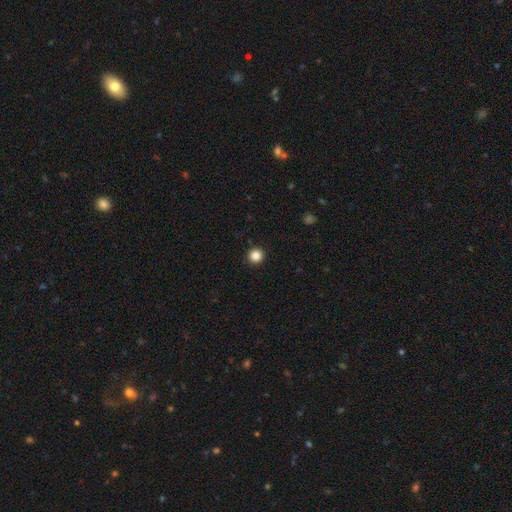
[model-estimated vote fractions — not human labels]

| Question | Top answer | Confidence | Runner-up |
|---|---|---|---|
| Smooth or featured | smooth | 86% | star or artifact (11%) |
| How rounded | round | 95% | in between (4%) |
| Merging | none | 93% | minor disturbance (4%) |